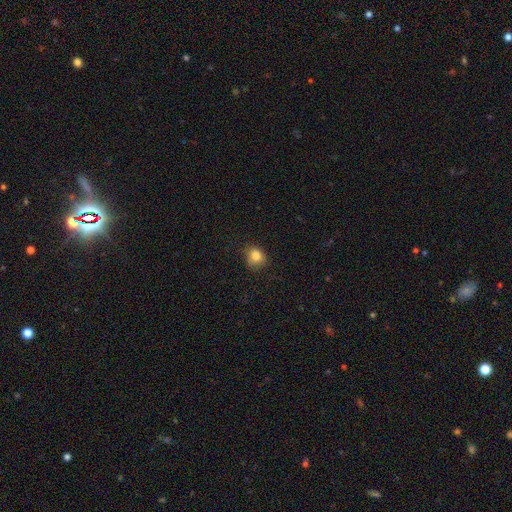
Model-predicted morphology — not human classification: Smooth or featured: smooth — 83% (star or artifact — 11%)
How rounded: round — 68% (in between — 31%)
Merging: none — 74% (minor disturbance — 20%)